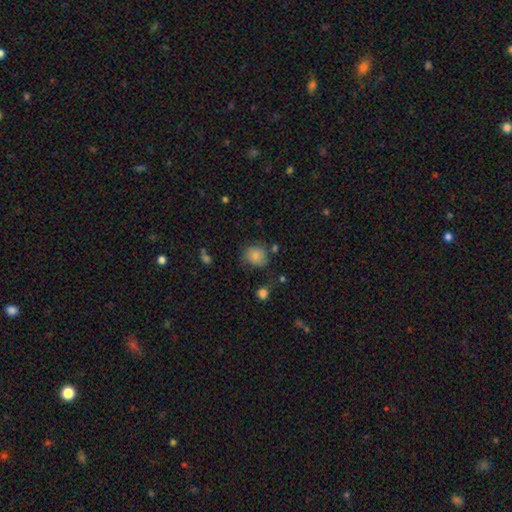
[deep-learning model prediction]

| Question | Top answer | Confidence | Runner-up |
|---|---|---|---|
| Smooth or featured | smooth | 81% | star or artifact (10%) |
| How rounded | round | 74% | in between (25%) |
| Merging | none | 66% | minor disturbance (23%) |